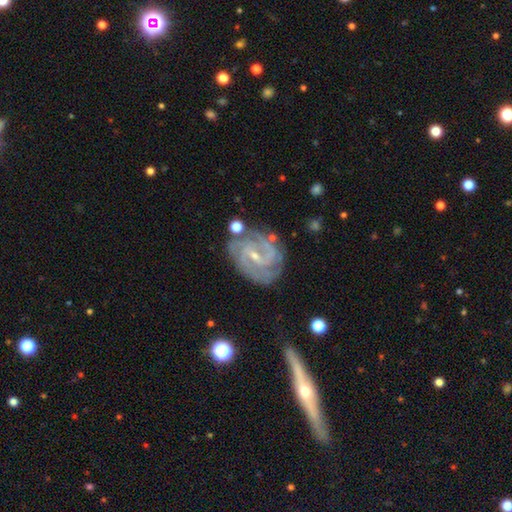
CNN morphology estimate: type=featured or disk (89%); edge-on=no (97%); bar=weak (50%); spiral arms=yes (98%); winding=tight (54%); arm count=2 (47%); bulge=small (76%); merging=none (72%).